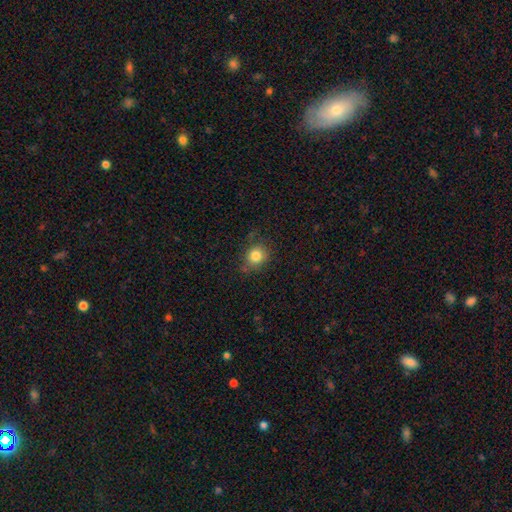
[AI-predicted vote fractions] smooth-or-featured: smooth: 82% | star or artifact: 11% | featured or disk: 7%
  how-rounded: round: 75% | in between: 24% | cigar-shaped: 1%
  merging: none: 74% | minor disturbance: 19% | major disturbance: 5% | merger: 2%